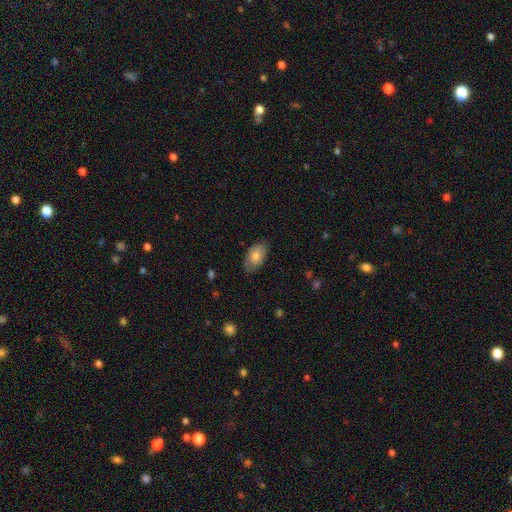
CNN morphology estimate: The model was most divided on "smooth or featured": smooth: 67%, featured or disk: 26%, star or artifact: 7%. More confident: how rounded — in between (91%); merging — none (70%).